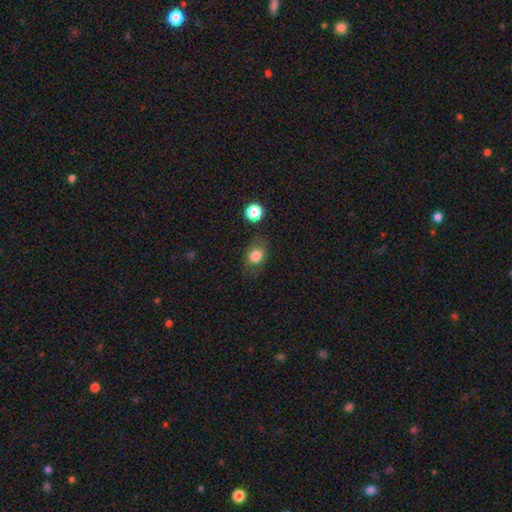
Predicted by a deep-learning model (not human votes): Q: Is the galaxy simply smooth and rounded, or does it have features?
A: smooth — 80%.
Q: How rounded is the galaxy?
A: in between — 60%.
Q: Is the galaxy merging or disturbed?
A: none — 70%.